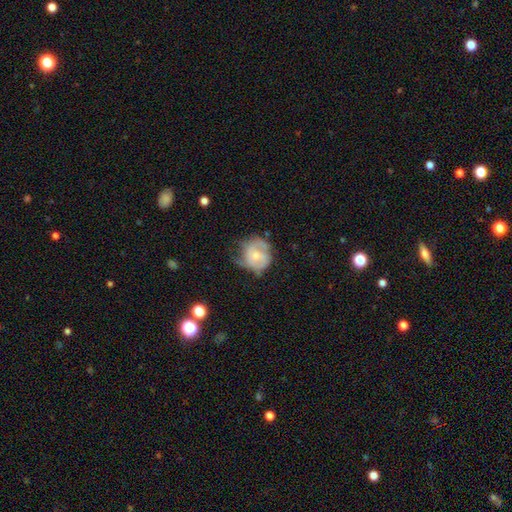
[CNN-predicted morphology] Smooth or featured? Predicted: featured or disk (p=0.60). Edge-on disk? Predicted: no (p=0.98). Bar? Predicted: no (p=0.71). Spiral arms? Predicted: yes (p=0.74). Bulge size? Predicted: moderate (p=0.47). Merging? Predicted: none (p=0.45).